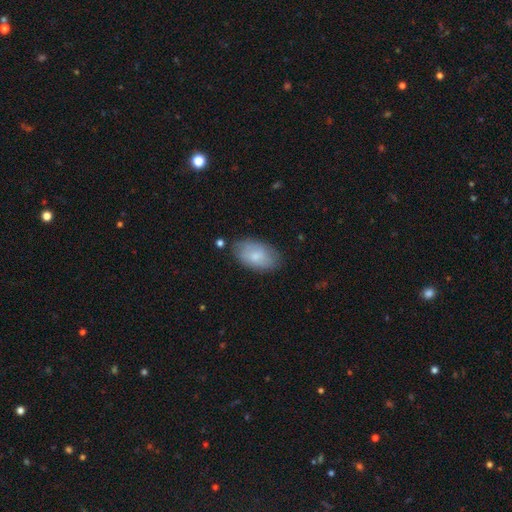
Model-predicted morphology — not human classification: Q: Smooth or featured?
A: smooth (78%); runner-up: featured or disk (16%)
Q: How rounded?
A: in between (94%); runner-up: round (4%)
Q: Merging?
A: none (78%); runner-up: minor disturbance (17%)